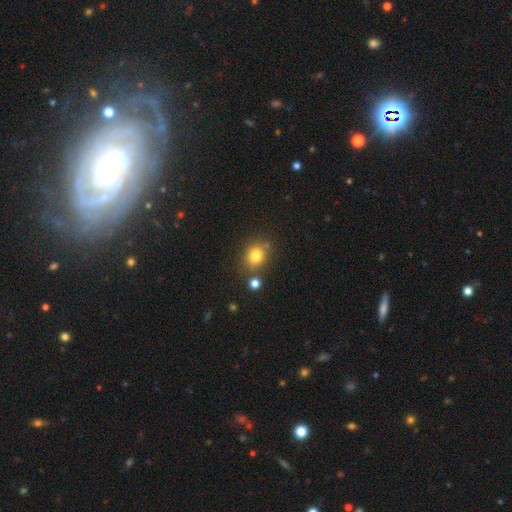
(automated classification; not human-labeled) Smooth or featured? smooth (80%)
How rounded? round (68%)
Merging? none (71%)